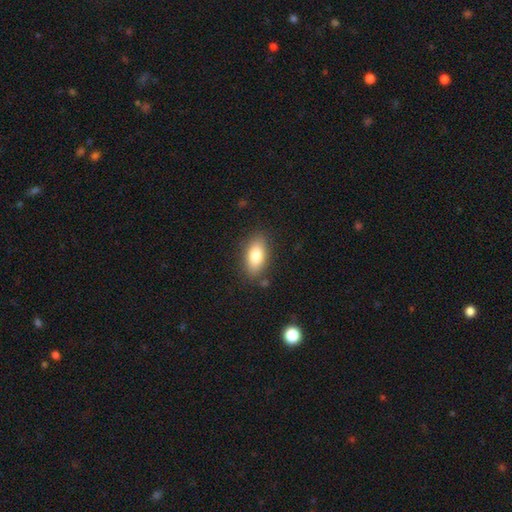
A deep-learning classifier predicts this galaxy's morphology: smooth 81%, featured or disk 12%, star or artifact 7%. Down the decision tree: how rounded — in between (88%); merging — none (84%).